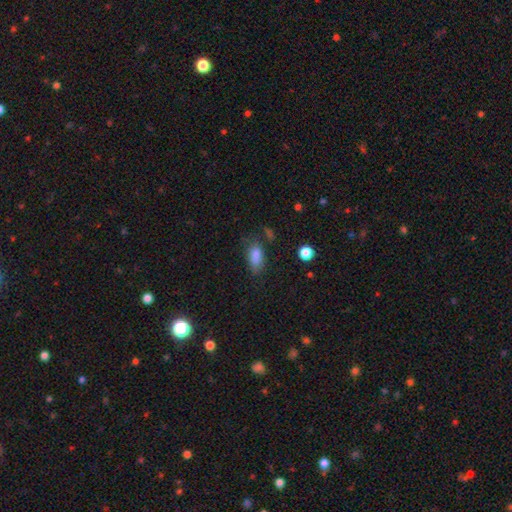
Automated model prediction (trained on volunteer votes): This appears to be a smooth galaxy with no disk features (82%) that is in between round and cigar-shaped (86%). Merging: none (57%).